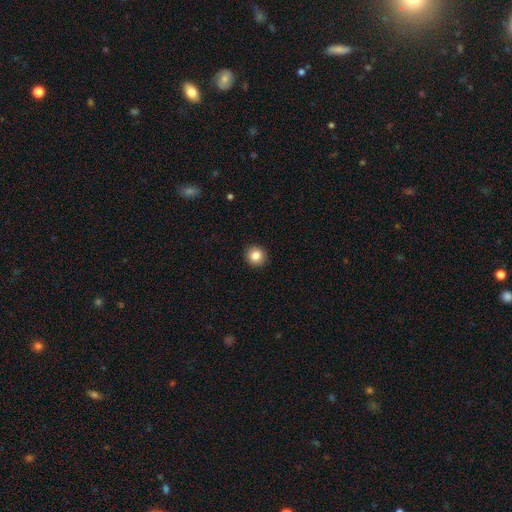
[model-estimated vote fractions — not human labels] smooth 85%, star or artifact 9%, featured or disk 6%. Down the decision tree: how rounded — round (93%); merging — none (93%).